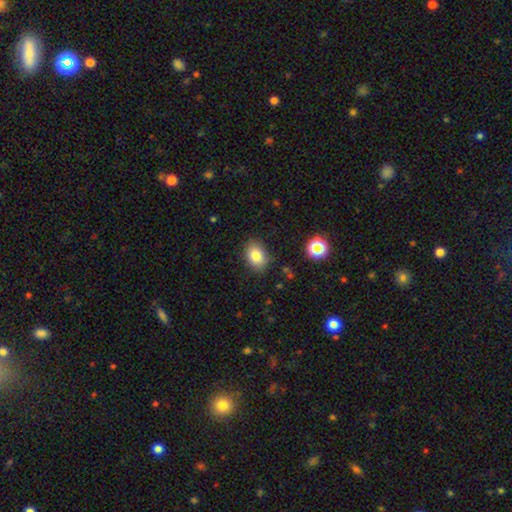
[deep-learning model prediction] smooth-or-featured: smooth: 82% | star or artifact: 10% | featured or disk: 8%
  how-rounded: in between: 75% | round: 24% | cigar-shaped: 1%
  merging: none: 83% | minor disturbance: 12% | major disturbance: 3% | merger: 2%